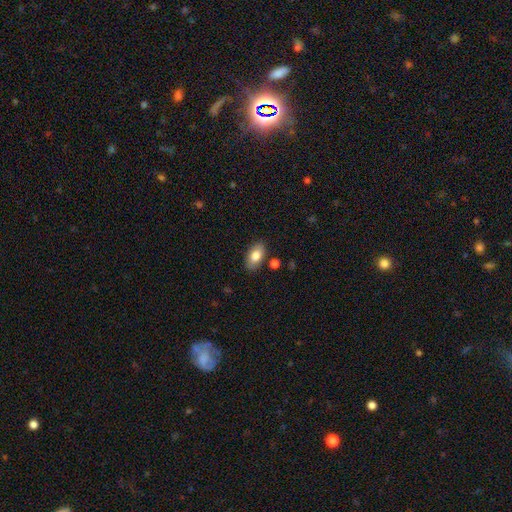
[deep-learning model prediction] Smooth or featured: smooth — 80% (featured or disk — 13%)
How rounded: in between — 92% (round — 5%)
Merging: none — 84% (minor disturbance — 11%)